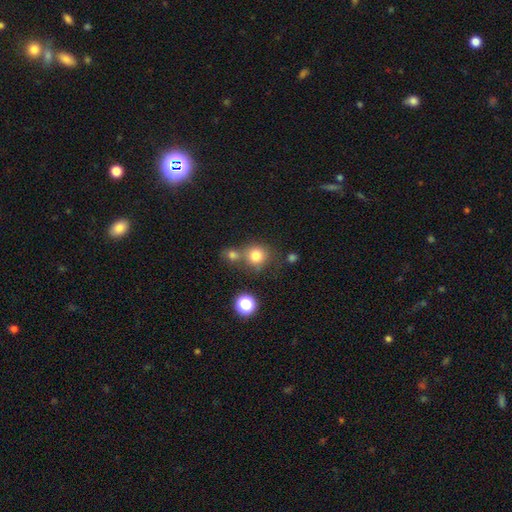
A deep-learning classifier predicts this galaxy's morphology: The model was most divided on "merging": none: 59%, merger: 27%, minor disturbance: 10%, major disturbance: 4%. More confident: how rounded — round (89%); smooth or featured — smooth (79%).